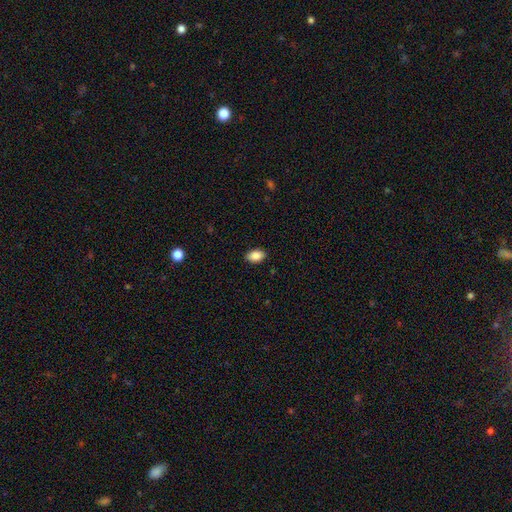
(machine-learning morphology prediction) Q: Smooth or featured?
A: smooth (88%); runner-up: star or artifact (7%)
Q: How rounded?
A: in between (90%); runner-up: round (9%)
Q: Merging?
A: none (89%); runner-up: minor disturbance (8%)